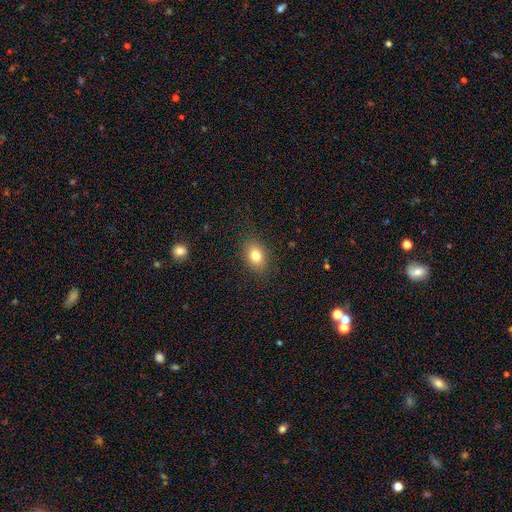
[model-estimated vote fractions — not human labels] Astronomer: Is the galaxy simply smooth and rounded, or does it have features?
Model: smooth — 80%.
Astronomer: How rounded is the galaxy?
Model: in between — 72%.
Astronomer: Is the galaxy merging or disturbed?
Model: none — 86%.